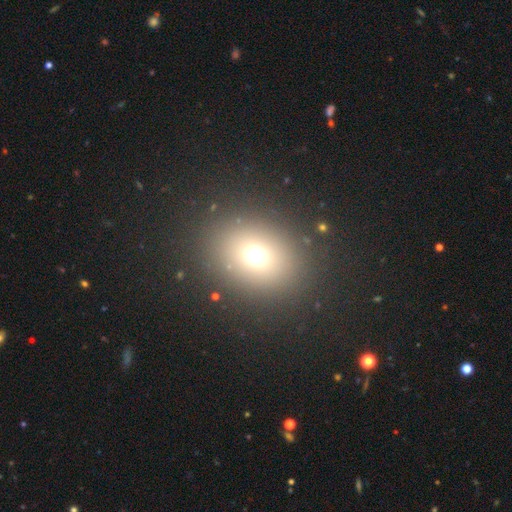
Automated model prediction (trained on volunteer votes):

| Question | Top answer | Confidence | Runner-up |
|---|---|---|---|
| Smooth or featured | smooth | 70% | star or artifact (19%) |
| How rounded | round | 54% | in between (45%) |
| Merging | none | 86% | minor disturbance (8%) |